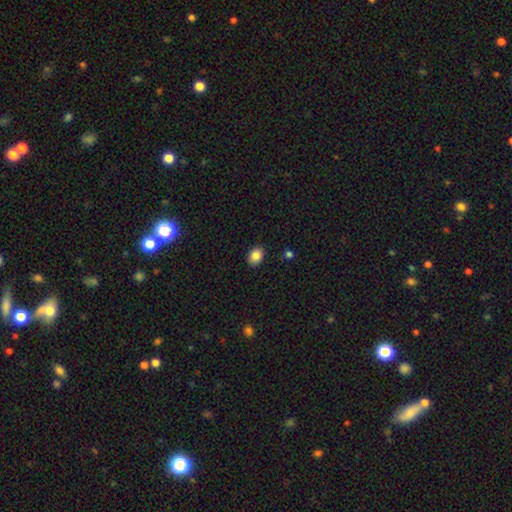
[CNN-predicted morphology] Smooth or featured? Predicted: smooth (p=0.86). How rounded? Predicted: in between (p=0.71). Merging? Predicted: none (p=0.88).